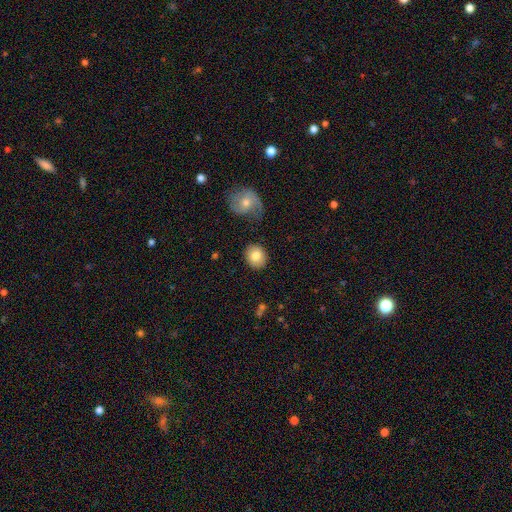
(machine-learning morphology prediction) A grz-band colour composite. It shows a smooth galaxy with no disk features (80%) that is round (69%). Merging: none (83%).